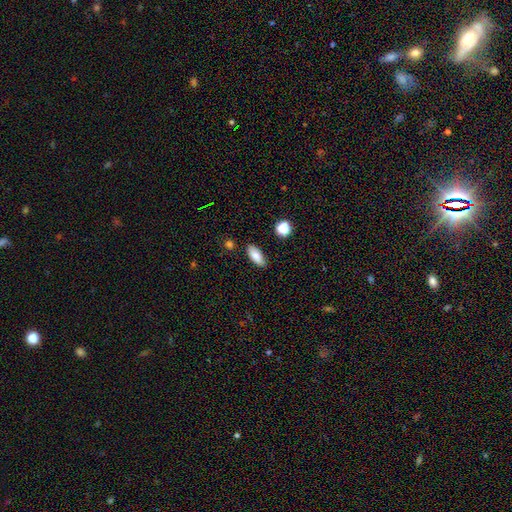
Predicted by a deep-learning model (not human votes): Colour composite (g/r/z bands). It shows a smooth galaxy with no disk features (80%) that is in between round and cigar-shaped (83%). Merging: none (85%).